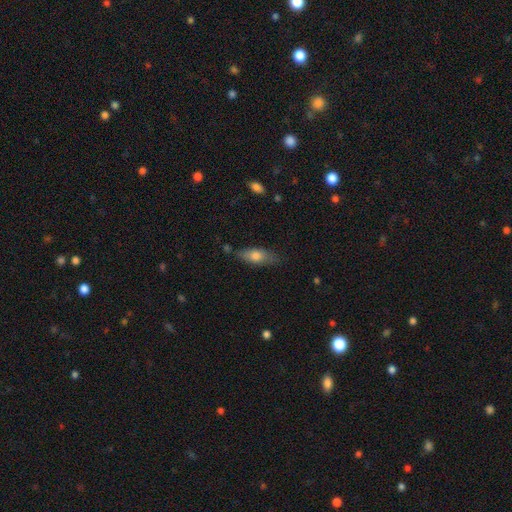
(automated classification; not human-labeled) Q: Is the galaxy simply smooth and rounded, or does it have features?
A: smooth — 68%.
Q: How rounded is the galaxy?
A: in between — 69%.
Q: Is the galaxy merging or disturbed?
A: none — 73%.